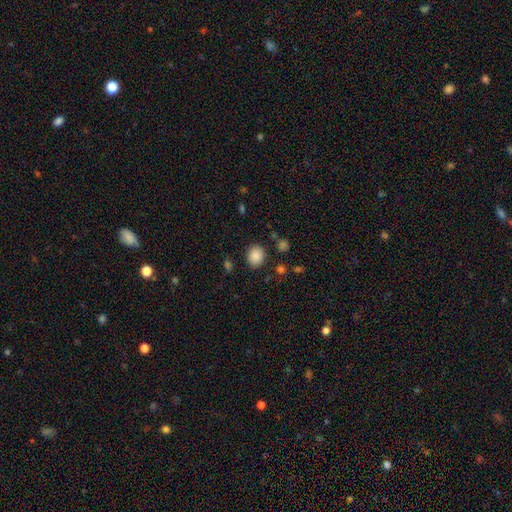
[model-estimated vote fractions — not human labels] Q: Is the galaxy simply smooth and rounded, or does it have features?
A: smooth — 86%.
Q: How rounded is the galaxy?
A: round — 62%.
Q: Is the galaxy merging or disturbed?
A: none — 85%.